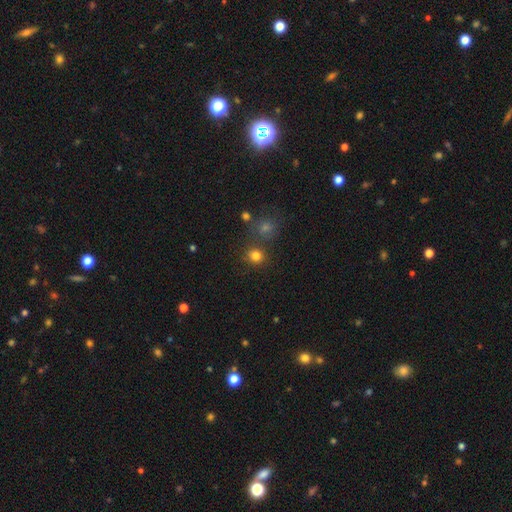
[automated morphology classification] Smooth or featured? Predicted: smooth (p=0.80). How rounded? Predicted: round (p=0.86). Merging? Predicted: none (p=0.73).